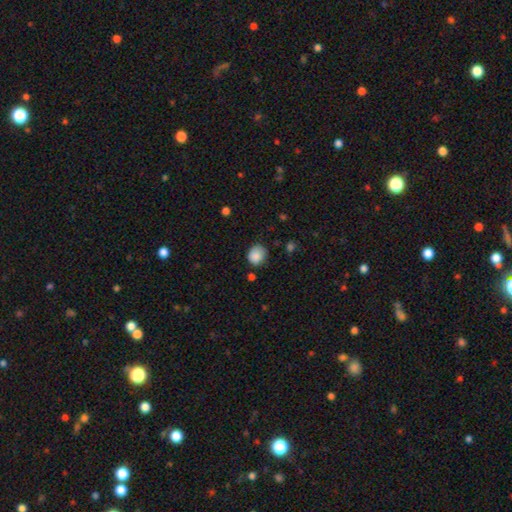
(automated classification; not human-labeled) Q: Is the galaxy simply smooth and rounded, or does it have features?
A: smooth — 86%.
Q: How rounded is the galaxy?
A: round — 69%.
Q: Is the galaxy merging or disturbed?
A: none — 64%.